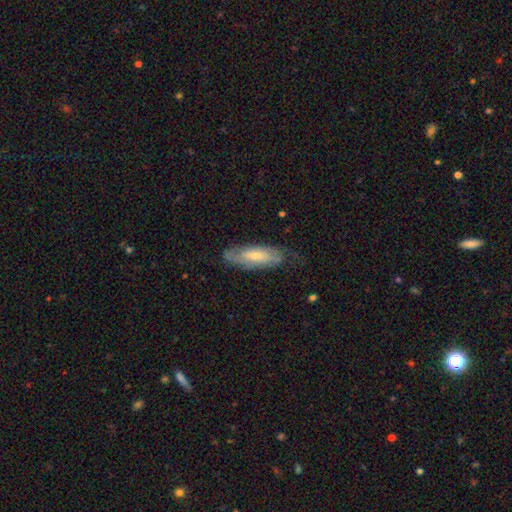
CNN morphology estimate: This appears to be a featured or disk galaxy (52%). Merging: none (67%).